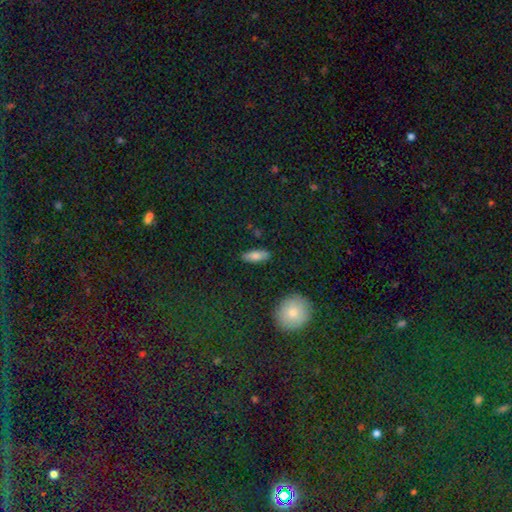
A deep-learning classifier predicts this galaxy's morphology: Smooth or featured?
  - smooth: 80% *
  - featured or disk: 12%
  - star or artifact: 8%
How rounded?
  - in between: 69% *
  - cigar-shaped: 29%
  - round: 3%
Merging?
  - none: 86% *
  - minor disturbance: 10%
  - major disturbance: 2%
  - merger: 2%